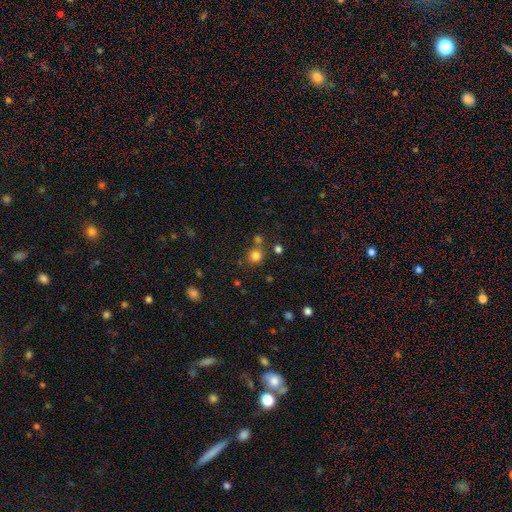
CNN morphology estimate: A smooth galaxy with no disk features (79%) that is round (89%).

Vote fractions:
- Smooth or featured? smooth: 79% / star or artifact: 15% / featured or disk: 5%
- How rounded? round: 89% / in between: 10% / cigar-shaped: 1%
- Merging? none: 72% / merger: 16% / minor disturbance: 9% / major disturbance: 3%